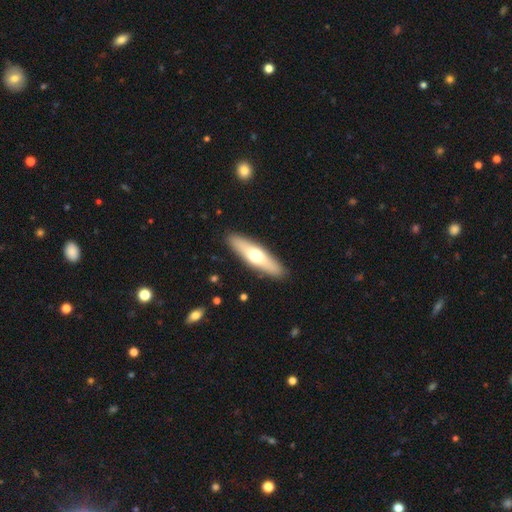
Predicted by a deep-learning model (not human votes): This appears to be a smooth galaxy with no disk features (53%) that is cigar-shaped (68%). Merging: none (90%).